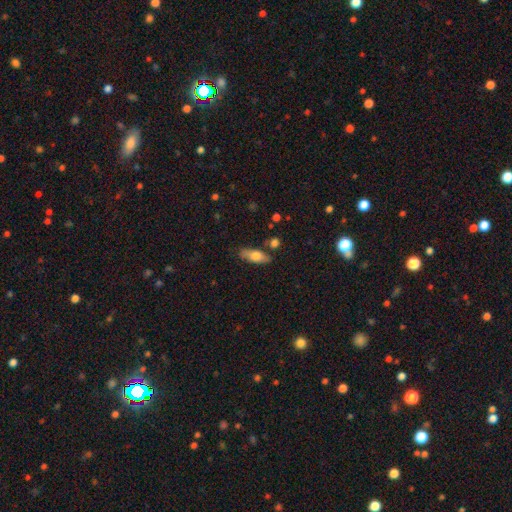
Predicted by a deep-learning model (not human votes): Smooth or featured: smooth — 70% (featured or disk — 23%)
How rounded: in between — 68% (cigar-shaped — 29%)
Merging: none — 75% (minor disturbance — 16%)